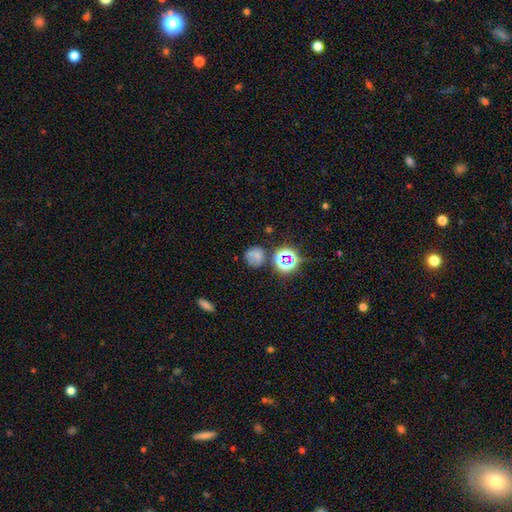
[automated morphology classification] A smooth galaxy with no disk features (64%) that is round (80%).

Vote fractions:
- Smooth or featured? smooth: 64% / star or artifact: 25% / featured or disk: 11%
- How rounded? round: 80% / in between: 19% / cigar-shaped: 1%
- Merging? none: 64% / minor disturbance: 20% / merger: 9% / major disturbance: 8%